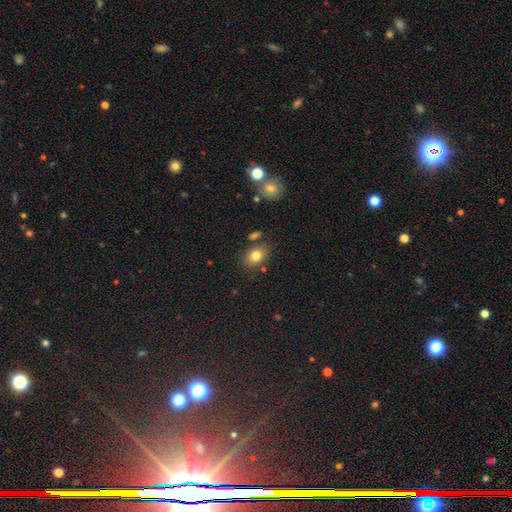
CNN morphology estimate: A smooth galaxy with no disk features (80%) that is in between round and cigar-shaped (72%). Merging: none (75%).